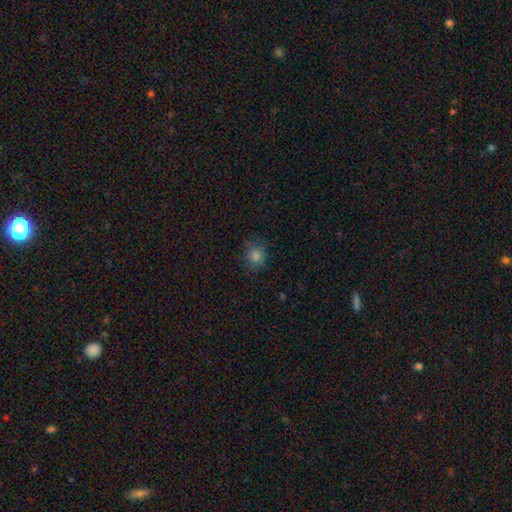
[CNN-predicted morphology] This appears to be a smooth galaxy with no disk features (79%) that is round (80%). Merging: none (80%).